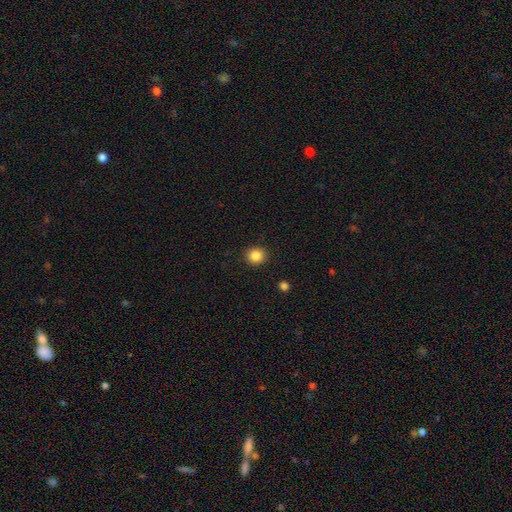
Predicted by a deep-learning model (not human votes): Smooth or featured? smooth (86%)
How rounded? round (81%)
Merging? none (91%)